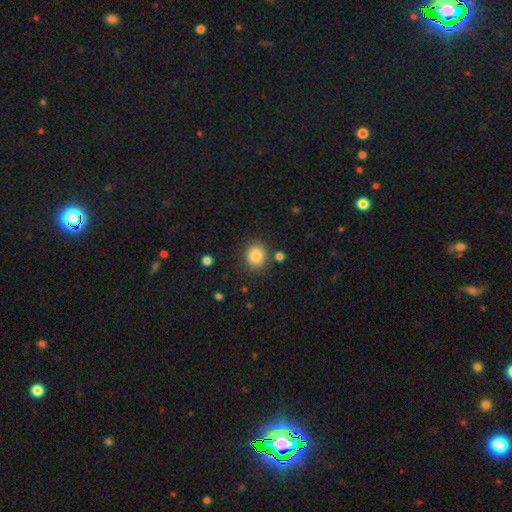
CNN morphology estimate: The model was most divided on "how rounded": round: 78%, in between: 21%, cigar-shaped: 1%. More confident: merging — none (85%); smooth or featured — smooth (85%).